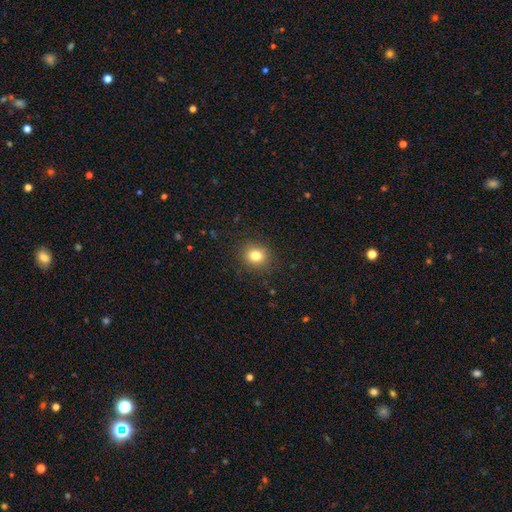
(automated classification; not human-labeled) smooth 80%, star or artifact 12%, featured or disk 7%. Down the decision tree: how rounded — round (78%); merging — none (89%).